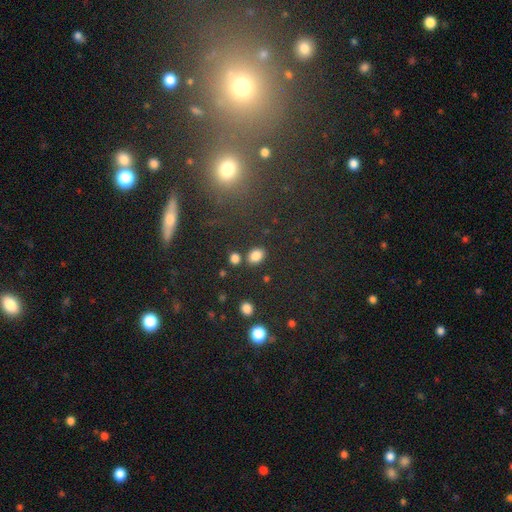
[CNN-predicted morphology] Q: Smooth or featured?
A: smooth (83%); runner-up: star or artifact (11%)
Q: How rounded?
A: in between (72%); runner-up: round (27%)
Q: Merging?
A: none (79%); runner-up: minor disturbance (10%)